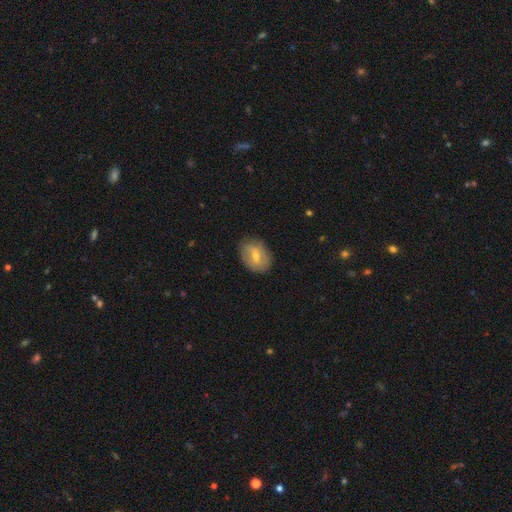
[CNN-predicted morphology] Smooth or featured? smooth (47%)
Merging? none (84%)